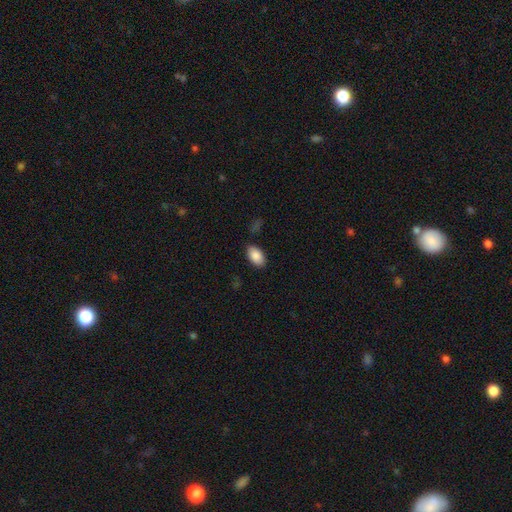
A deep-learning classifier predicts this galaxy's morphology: Smooth or featured?
  - smooth: 88% *
  - star or artifact: 7%
  - featured or disk: 5%
How rounded?
  - in between: 94% *
  - round: 4%
  - cigar-shaped: 2%
Merging?
  - none: 84% *
  - minor disturbance: 11%
  - major disturbance: 3%
  - merger: 2%